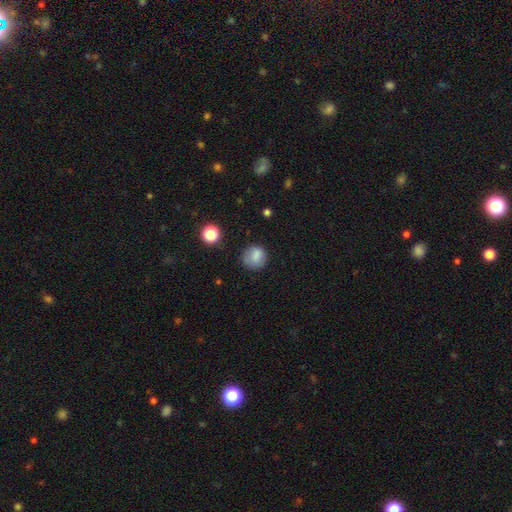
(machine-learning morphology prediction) Smooth or featured?
  - smooth: 80% *
  - star or artifact: 10%
  - featured or disk: 10%
How rounded?
  - round: 84% *
  - in between: 15%
  - cigar-shaped: 1%
Merging?
  - none: 72% *
  - minor disturbance: 19%
  - major disturbance: 7%
  - merger: 2%